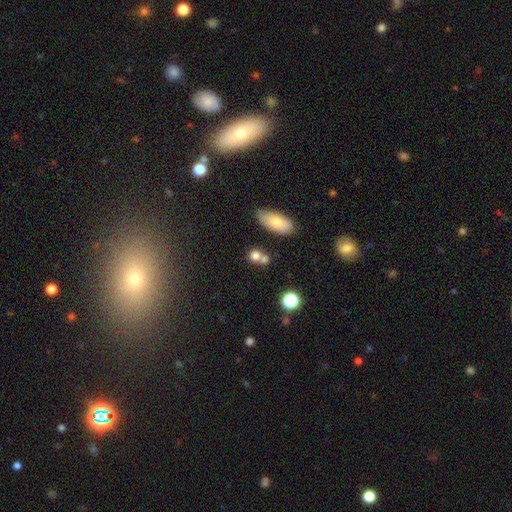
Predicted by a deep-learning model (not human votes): This is likely a smooth galaxy (75%). How rounded: likely round (68%). Merging: marginally merger (44%).